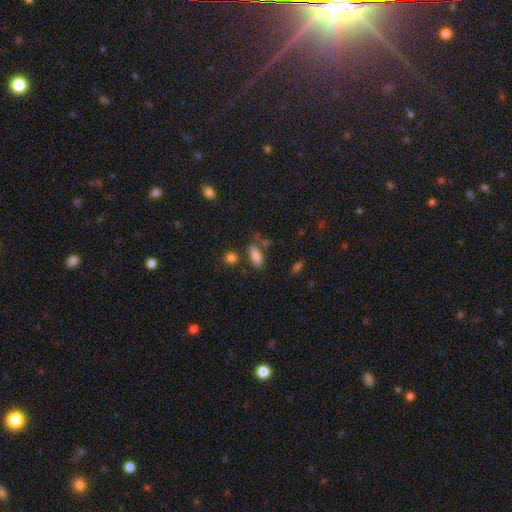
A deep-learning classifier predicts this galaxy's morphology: This is clearly a smooth galaxy (83%). How rounded: likely in between (72%). Merging: likely none (66%).